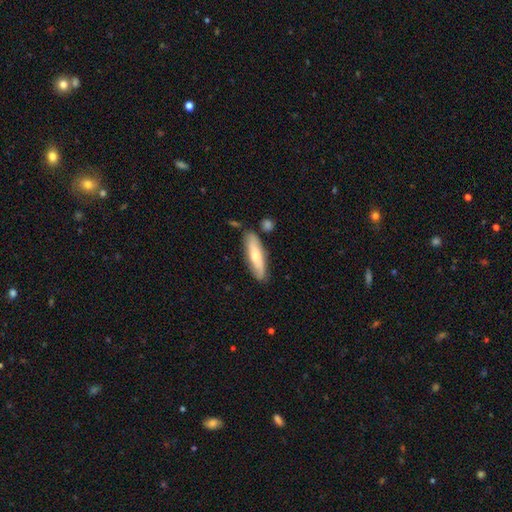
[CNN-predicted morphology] smooth 61%, featured or disk 33%, star or artifact 5%. Down the decision tree: how rounded — cigar-shaped (61%); merging — none (77%).